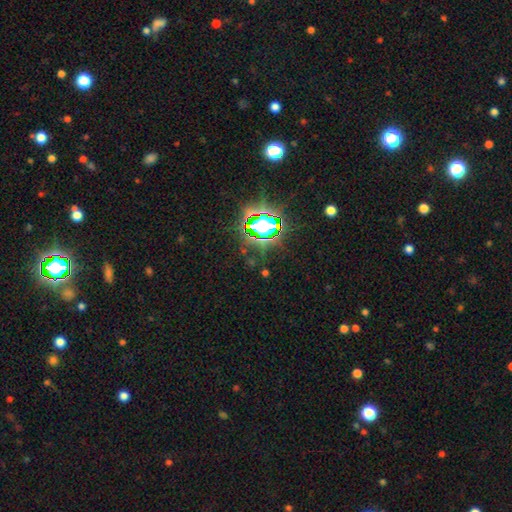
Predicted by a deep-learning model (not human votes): This is clearly a star or artifact rather than a galaxy (80%).